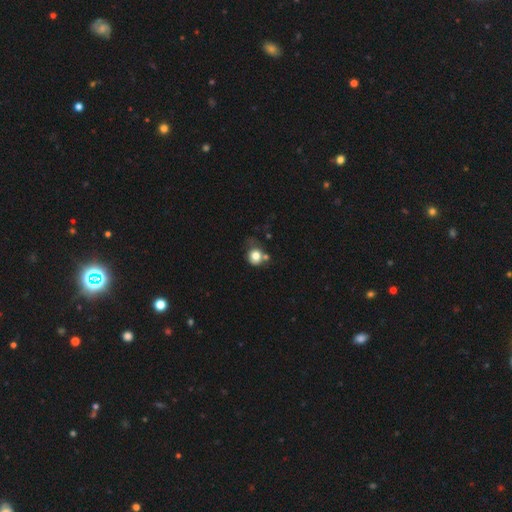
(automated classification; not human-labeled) Morphology: type=smooth (77%); roundness=round (78%); merging=none (44%).